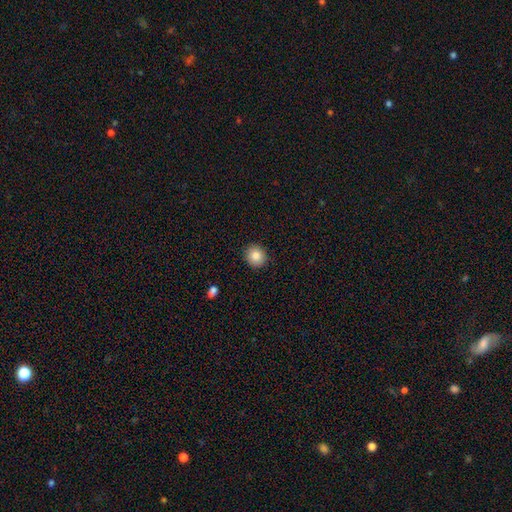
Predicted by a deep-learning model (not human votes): A smooth galaxy with no disk features (84%) that is round (85%).

Vote fractions:
- Smooth or featured? smooth: 84% / star or artifact: 9% / featured or disk: 7%
- How rounded? round: 85% / in between: 14% / cigar-shaped: 1%
- Merging? none: 91% / minor disturbance: 6% / major disturbance: 2% / merger: 1%